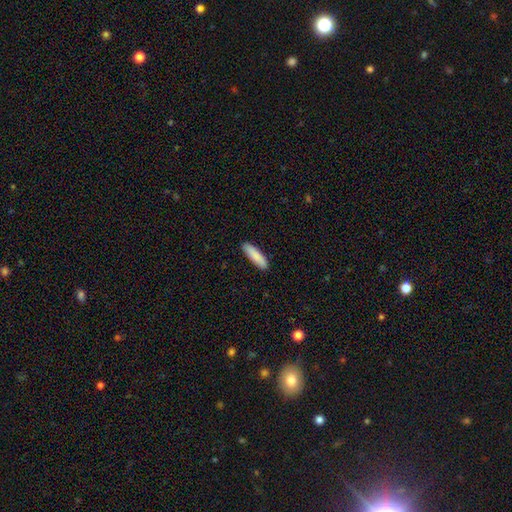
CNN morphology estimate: A smooth galaxy with no disk features (88%) that is cigar-shaped (71%). Merging: none (90%).